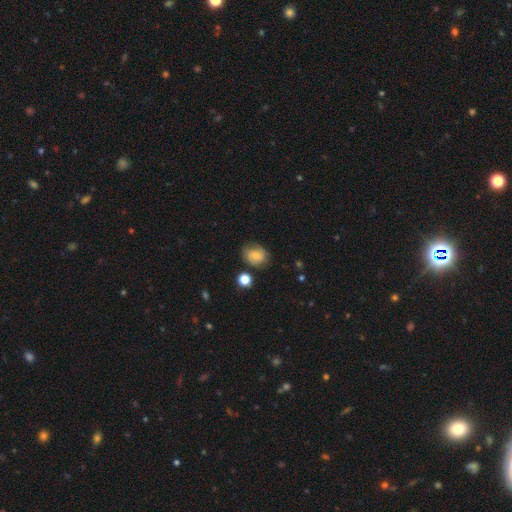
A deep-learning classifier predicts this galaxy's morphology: Smooth or featured?
  - smooth: 60% *
  - featured or disk: 30%
  - star or artifact: 10%
How rounded?
  - round: 52% *
  - in between: 47%
  - cigar-shaped: 1%
Merging?
  - none: 70% *
  - minor disturbance: 21%
  - major disturbance: 6%
  - merger: 3%